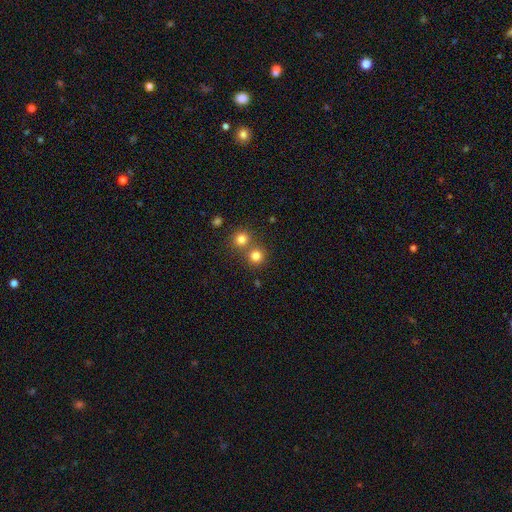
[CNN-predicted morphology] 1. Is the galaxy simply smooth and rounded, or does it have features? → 79% smooth, 15% star or artifact, 7% featured or disk.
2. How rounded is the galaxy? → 91% round, 8% in between, 1% cigar-shaped.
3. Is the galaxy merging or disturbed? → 63% none, 29% merger, 6% minor disturbance, 2% major disturbance.